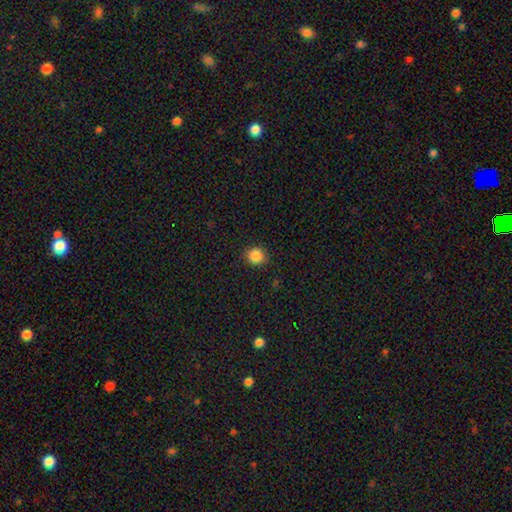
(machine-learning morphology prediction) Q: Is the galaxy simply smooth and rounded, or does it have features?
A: smooth — 86%.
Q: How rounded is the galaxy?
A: round — 89%.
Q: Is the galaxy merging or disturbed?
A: none — 88%.